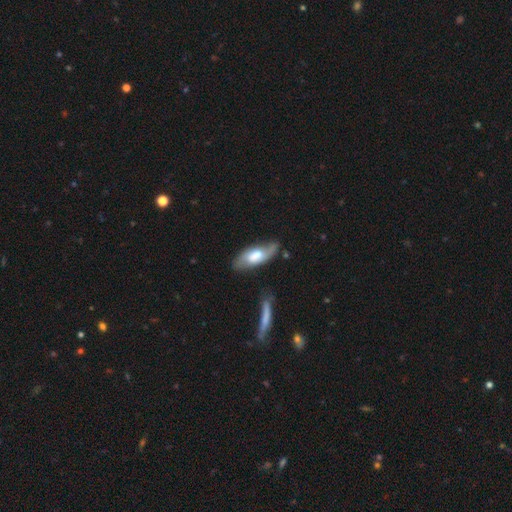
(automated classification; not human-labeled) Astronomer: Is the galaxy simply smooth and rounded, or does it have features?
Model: smooth — 49% (runner-up: featured or disk, 45%).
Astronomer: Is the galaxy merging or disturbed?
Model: none — 66%.